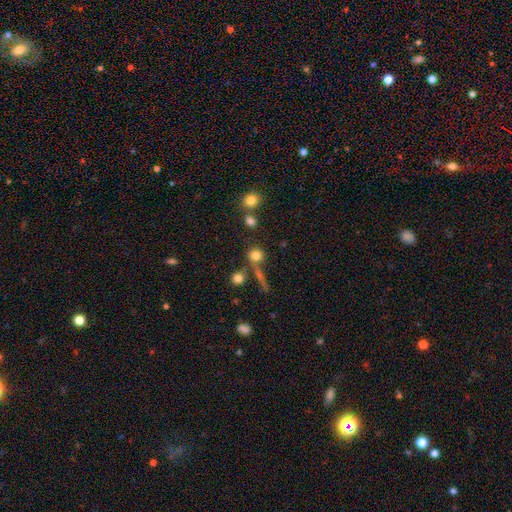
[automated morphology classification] type=smooth (78%); roundness=round (85%); merging=none (64%).